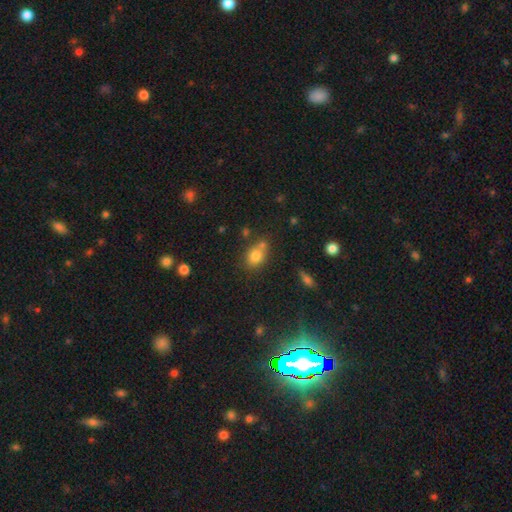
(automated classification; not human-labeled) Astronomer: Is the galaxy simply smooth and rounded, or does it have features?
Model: smooth — 79%.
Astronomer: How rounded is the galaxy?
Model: in between — 56% (runner-up: round, 42%).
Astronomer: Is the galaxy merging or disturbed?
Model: none — 56%.